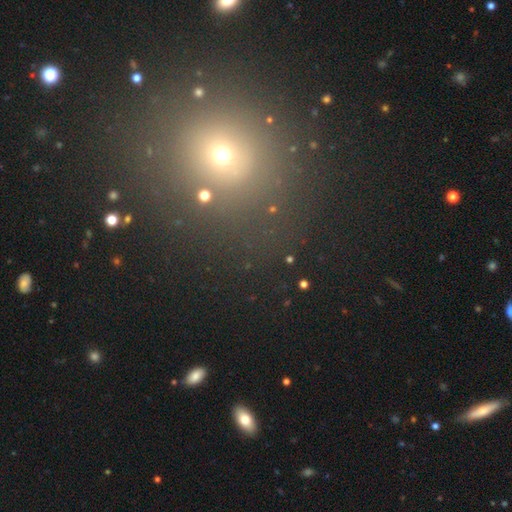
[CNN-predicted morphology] type=smooth (47%); merging=none (86%).